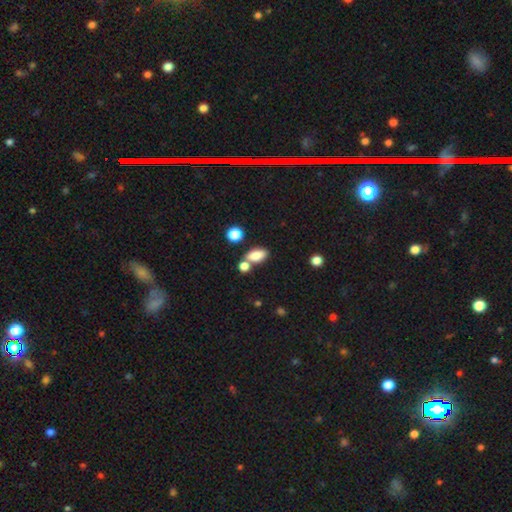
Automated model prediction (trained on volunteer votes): smooth_or_featured: smooth (p=0.81) [alt: star or artifact p=0.10]
how_rounded: in between (p=0.85) [alt: round p=0.09]
merging: none (p=0.59) [alt: merger p=0.25]